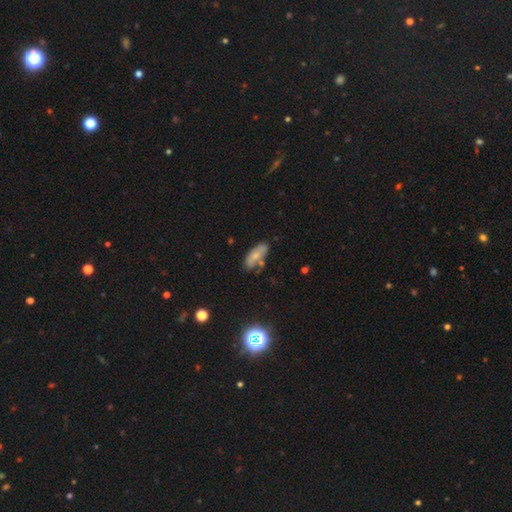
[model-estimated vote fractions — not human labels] The model was most divided on "merging": none: 62%, minor disturbance: 22%, merger: 10%, major disturbance: 5%. More confident: how rounded — in between (77%); smooth or featured — smooth (70%).